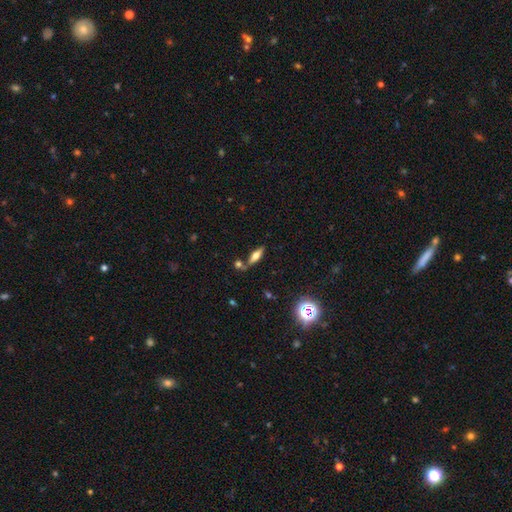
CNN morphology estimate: A featured or disk galaxy (49%). Merging: none (70%).